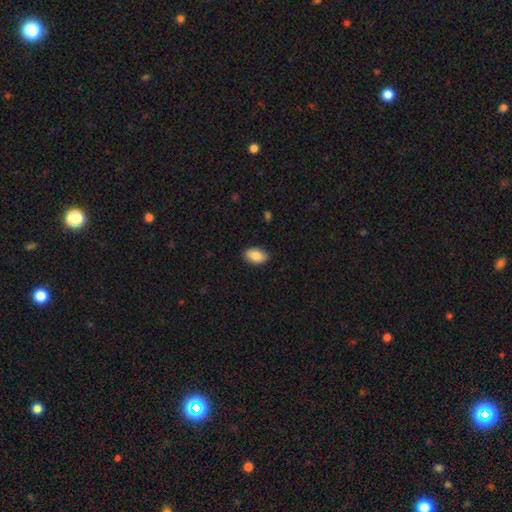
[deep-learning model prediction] A smooth galaxy with no disk features (87%) that is in between round and cigar-shaped (93%).

Vote fractions:
- Smooth or featured? smooth: 87% / star or artifact: 7% / featured or disk: 6%
- How rounded? in between: 93% / round: 6% / cigar-shaped: 1%
- Merging? none: 88% / minor disturbance: 9% / major disturbance: 2% / merger: 1%